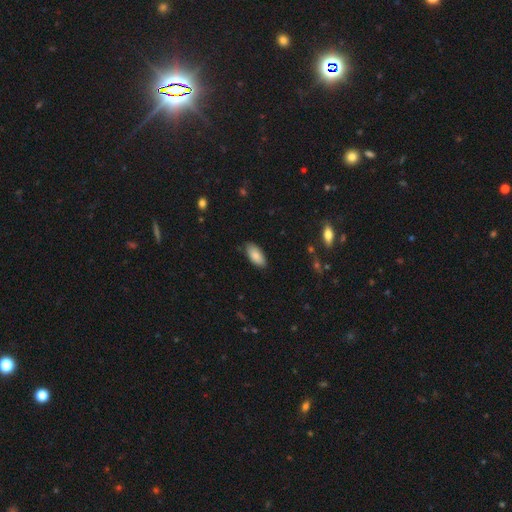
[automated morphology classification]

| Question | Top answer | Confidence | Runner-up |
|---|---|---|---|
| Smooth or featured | smooth | 86% | featured or disk (7%) |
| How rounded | in between | 90% | cigar-shaped (8%) |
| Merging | none | 84% | minor disturbance (12%) |